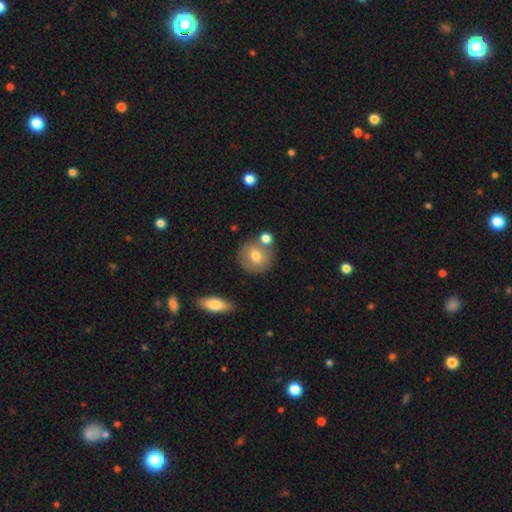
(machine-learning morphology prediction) smooth_or_featured: smooth (p=0.71) [alt: featured or disk p=0.21]
how_rounded: round (p=0.88) [alt: in between p=0.11]
merging: none (p=0.70) [alt: merger p=0.16]